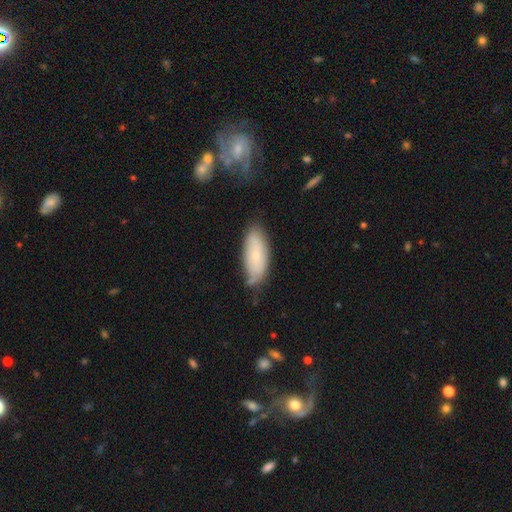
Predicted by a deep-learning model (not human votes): This is likely a smooth galaxy (64%). How rounded: likely in between (78%). Merging: likely none (63%).